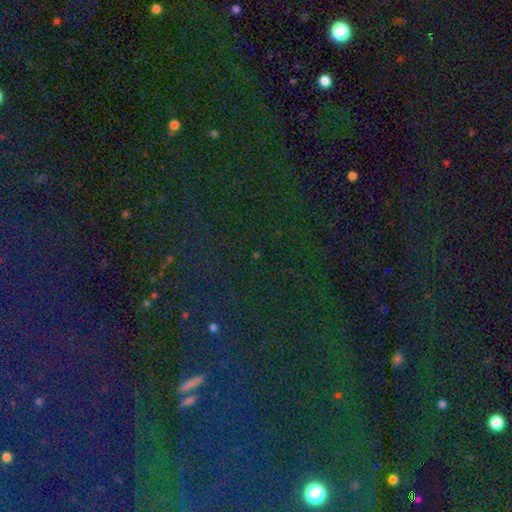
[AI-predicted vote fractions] This appears to be a star or artifact, not a galaxy (83%).